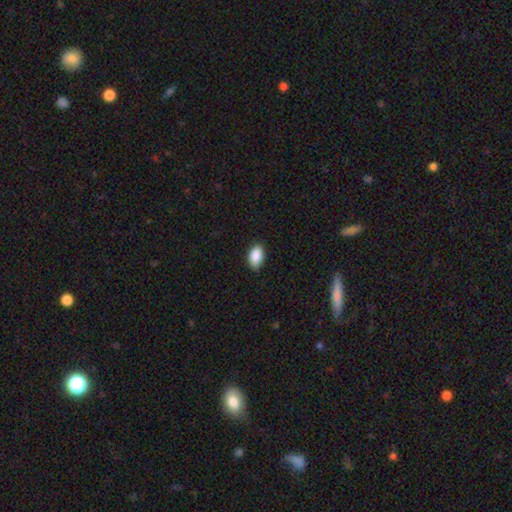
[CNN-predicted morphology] smooth_or_featured: smooth (p=0.89) [alt: star or artifact p=0.07]
how_rounded: in between (p=0.93) [alt: round p=0.06]
merging: none (p=0.83) [alt: minor disturbance p=0.14]